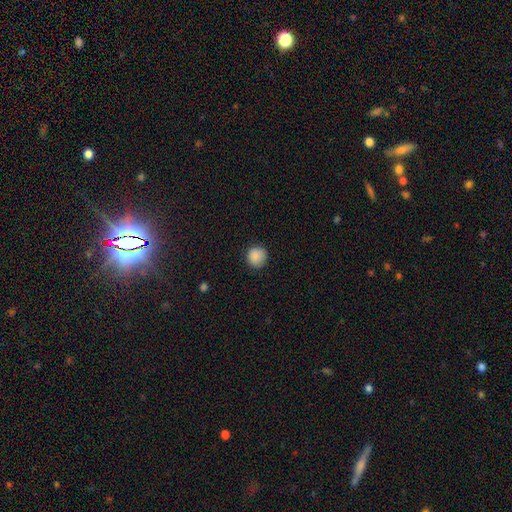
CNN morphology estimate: smooth_or_featured: smooth (p=0.88) [alt: star or artifact p=0.09]
how_rounded: round (p=0.93) [alt: in between p=0.06]
merging: none (p=0.88) [alt: minor disturbance p=0.09]